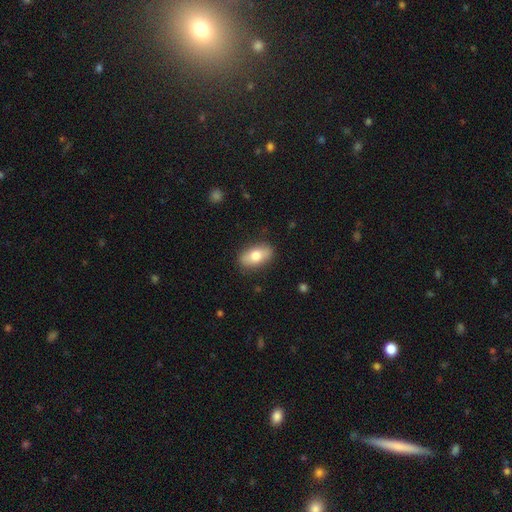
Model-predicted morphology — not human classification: A smooth galaxy with no disk features (75%) that is in between round and cigar-shaped (89%). Merging: none (86%).